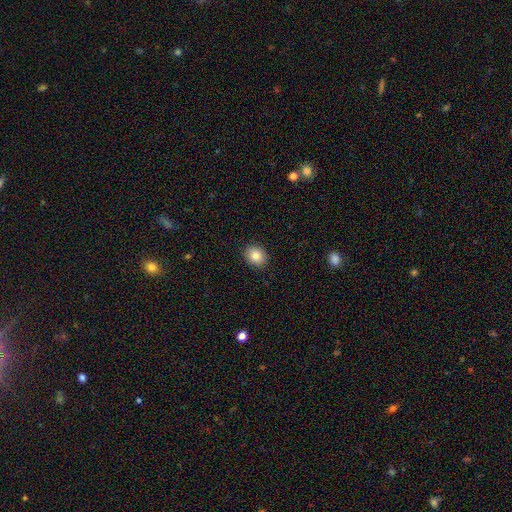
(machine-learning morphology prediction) Smooth or featured? smooth (83%)
How rounded? round (53%)
Merging? none (90%)